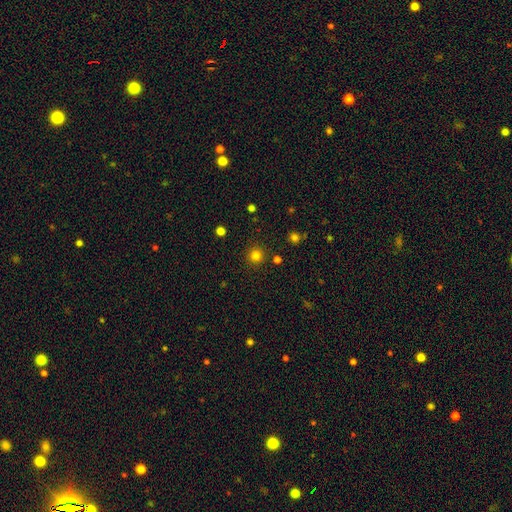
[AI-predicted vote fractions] Q: Smooth or featured?
A: smooth (80%); runner-up: star or artifact (16%)
Q: How rounded?
A: round (95%); runner-up: in between (4%)
Q: Merging?
A: none (90%); runner-up: minor disturbance (6%)